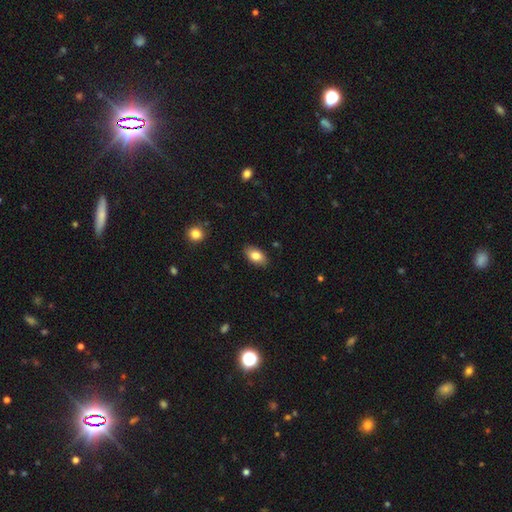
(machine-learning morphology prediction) smooth-or-featured: smooth: 82% | featured or disk: 11% | star or artifact: 7%
  how-rounded: in between: 91% | round: 6% | cigar-shaped: 3%
  merging: none: 87% | minor disturbance: 10% | major disturbance: 2% | merger: 1%